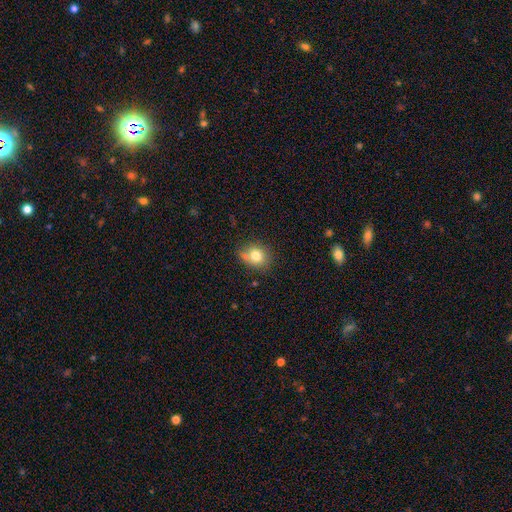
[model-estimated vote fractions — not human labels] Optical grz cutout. It shows a smooth galaxy with no disk features (77%) that is round (55%). Merging: none (63%).